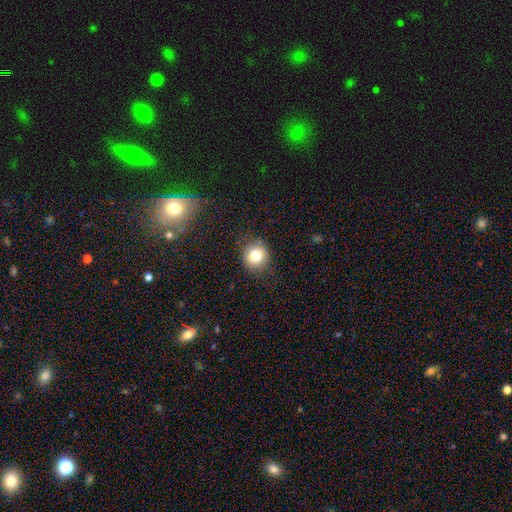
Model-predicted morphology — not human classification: This appears to be a smooth galaxy with no disk features (79%) that is round (84%). Merging: none (84%).